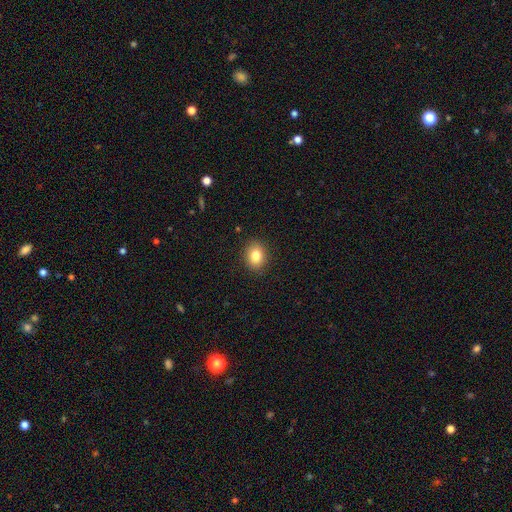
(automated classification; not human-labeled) Q: Smooth or featured?
A: smooth (83%); runner-up: star or artifact (10%)
Q: How rounded?
A: round (50%); runner-up: in between (49%)
Q: Merging?
A: none (90%); runner-up: minor disturbance (7%)